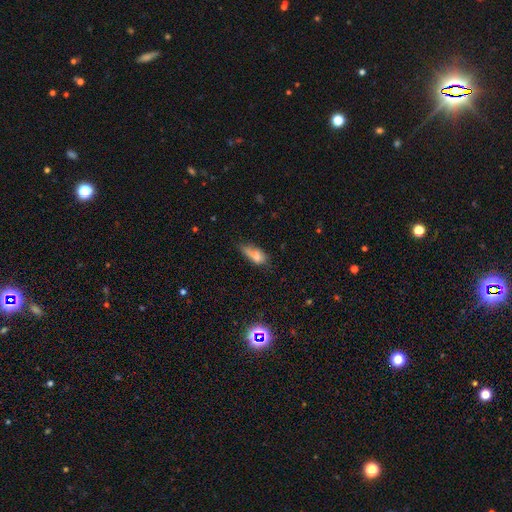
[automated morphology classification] Overall: smooth (70%). How rounded: in between (77%). Merging: minor disturbance (37%; none 34%).